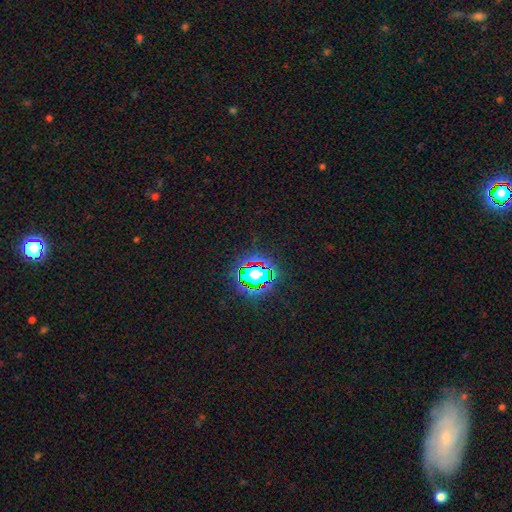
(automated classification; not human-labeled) smooth-or-featured: star or artifact: 79% | smooth: 13% | featured or disk: 8%